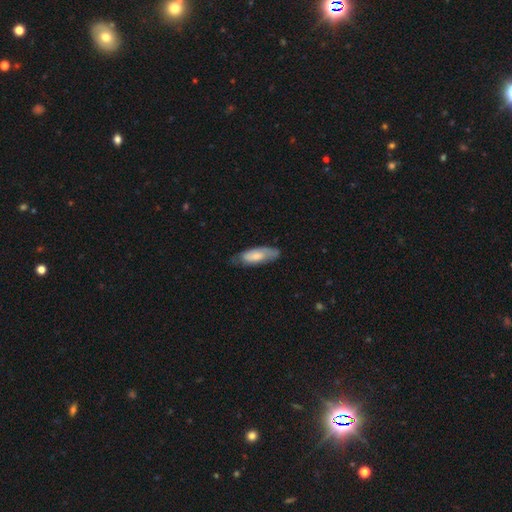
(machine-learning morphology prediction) smooth_or_featured: smooth (p=0.68) [alt: featured or disk p=0.27]
how_rounded: in between (p=0.69) [alt: cigar-shaped p=0.30]
merging: none (p=0.61) [alt: minor disturbance p=0.30]